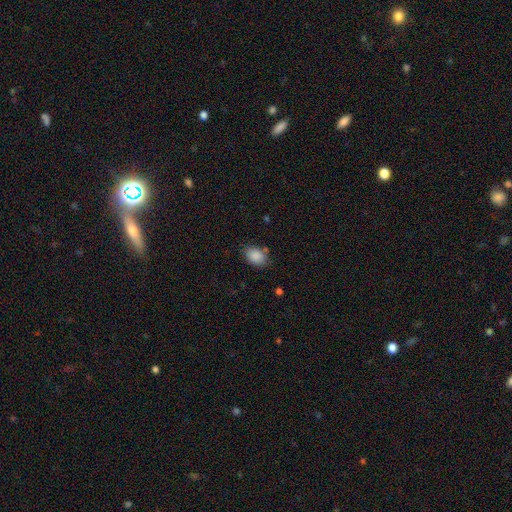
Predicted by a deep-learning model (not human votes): A smooth galaxy with no disk features (88%) that is in between round and cigar-shaped (79%). Merging: none (75%).